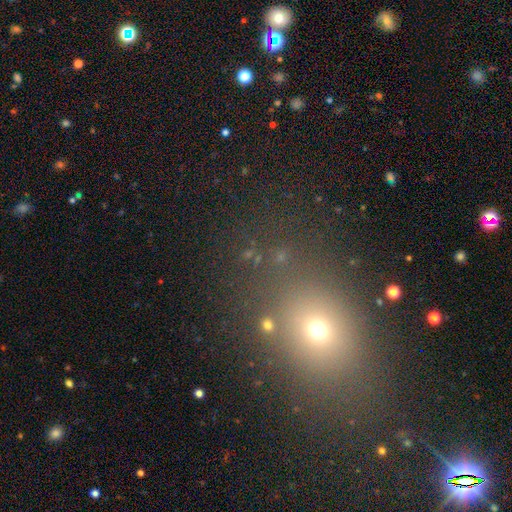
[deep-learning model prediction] This appears to be a smooth galaxy with no disk features (52%) that is round (50%). Merging: none (81%).